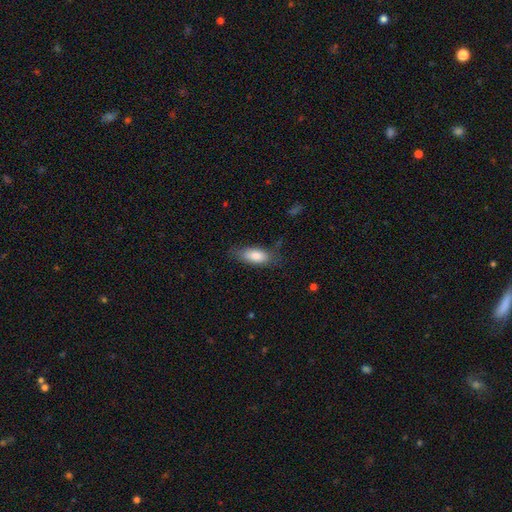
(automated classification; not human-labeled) A smooth galaxy with no disk features (82%) that is in between round and cigar-shaped (82%). Merging: none (74%).